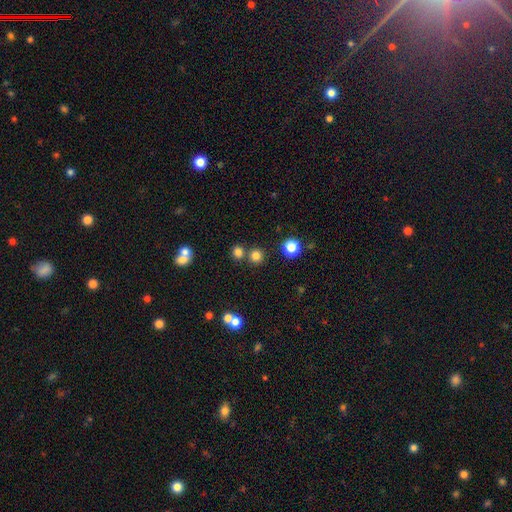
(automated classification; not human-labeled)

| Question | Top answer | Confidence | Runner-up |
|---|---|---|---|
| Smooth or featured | smooth | 78% | star or artifact (16%) |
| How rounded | round | 94% | in between (5%) |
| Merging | none | 77% | merger (15%) |